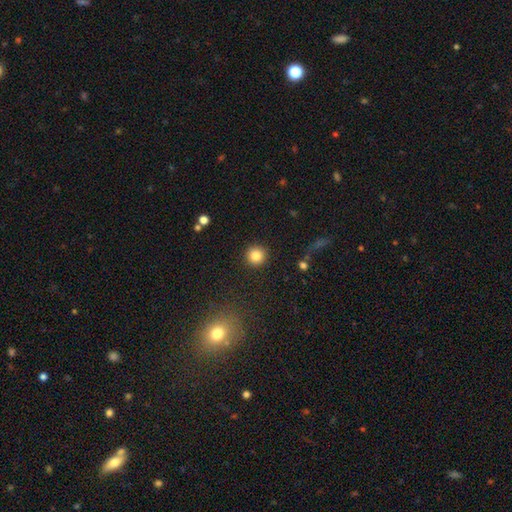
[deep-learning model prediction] This is clearly a smooth galaxy (85%). How rounded: clearly round (94%). Merging: clearly none (91%).